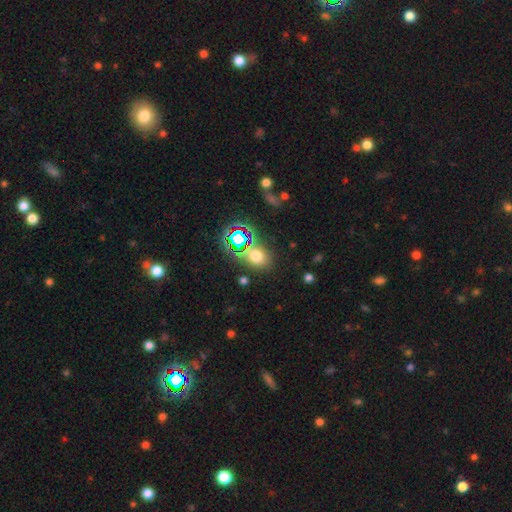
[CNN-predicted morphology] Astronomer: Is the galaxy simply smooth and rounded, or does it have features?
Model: smooth — 60%.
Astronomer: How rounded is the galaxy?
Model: round — 55% (runner-up: in between, 43%).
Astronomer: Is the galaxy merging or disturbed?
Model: none — 70%.